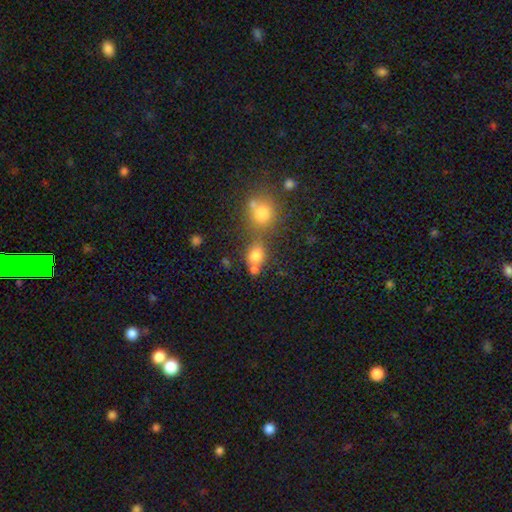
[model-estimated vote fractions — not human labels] smooth_or_featured: smooth (p=0.75) [alt: star or artifact p=0.15]
how_rounded: round (p=0.58) [alt: in between p=0.40]
merging: none (p=0.50) [alt: merger p=0.32]